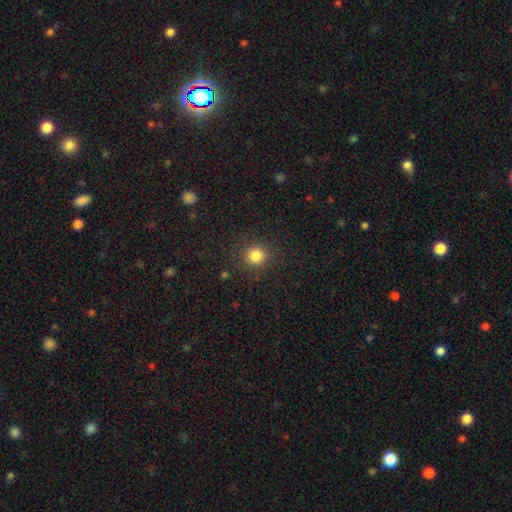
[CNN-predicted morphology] Overall: smooth (82%). How rounded: round (93%). Merging: none (90%).